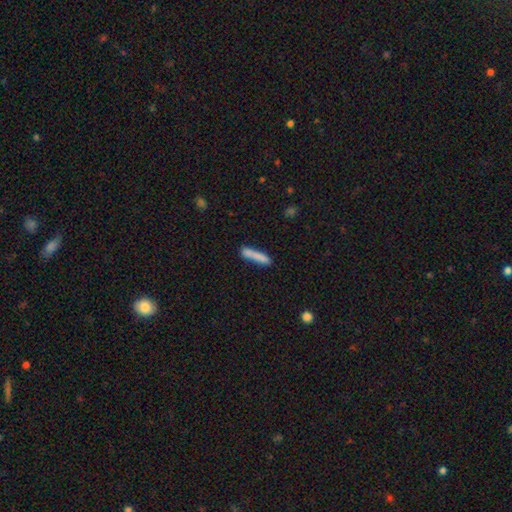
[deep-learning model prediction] Overall: smooth (77%). How rounded: cigar-shaped (88%). Merging: none (60%).